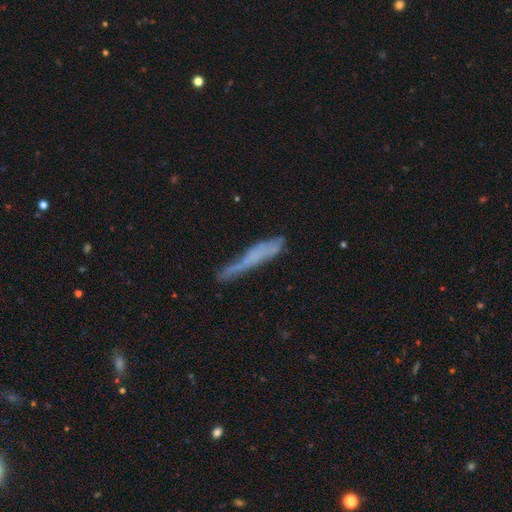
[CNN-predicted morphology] type=smooth (53%); roundness=cigar-shaped (92%); merging=none (53%).